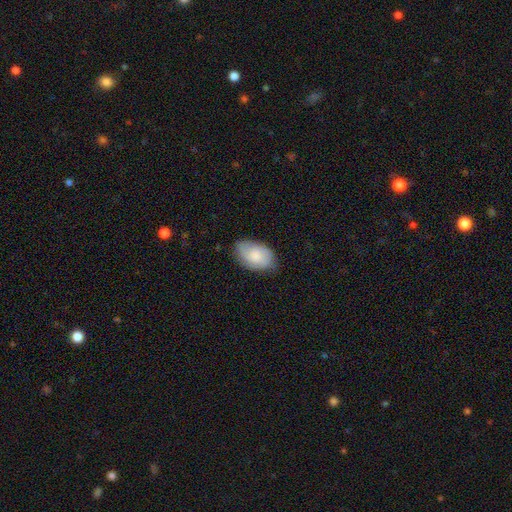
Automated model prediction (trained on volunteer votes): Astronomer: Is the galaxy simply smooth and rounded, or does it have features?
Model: smooth — 73%.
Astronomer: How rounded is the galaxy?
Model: in between — 92%.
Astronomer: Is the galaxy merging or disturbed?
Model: none — 71%.